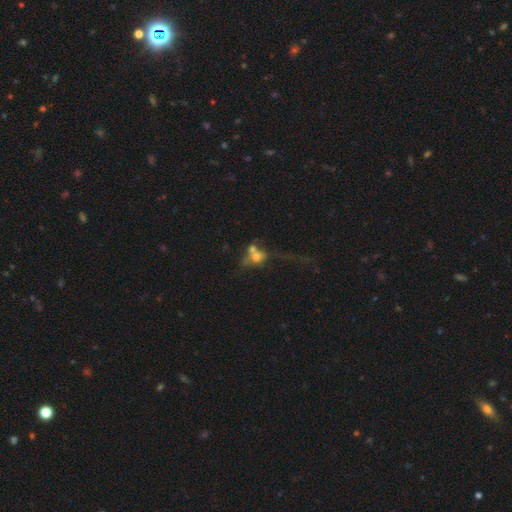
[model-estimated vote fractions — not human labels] Smooth or featured?
  - smooth: 53% *
  - featured or disk: 32%
  - star or artifact: 15%
How rounded?
  - round: 52% *
  - in between: 43%
  - cigar-shaped: 5%
Merging?
  - merger: 48% *
  - none: 23%
  - major disturbance: 19%
  - minor disturbance: 10%